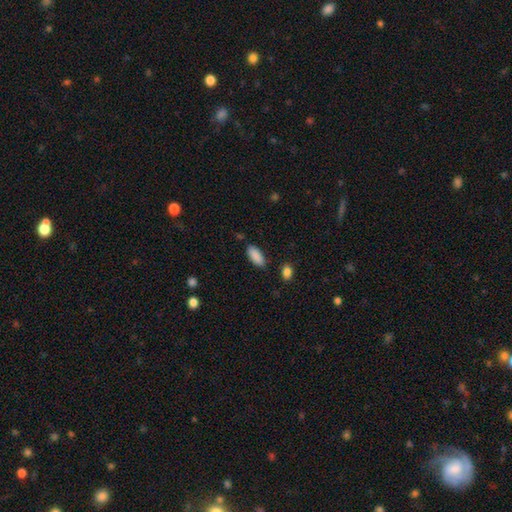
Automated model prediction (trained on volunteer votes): smooth-or-featured: smooth: 89% | star or artifact: 7% | featured or disk: 4%
  how-rounded: in between: 84% | cigar-shaped: 14% | round: 2%
  merging: none: 83% | minor disturbance: 12% | merger: 3% | major disturbance: 3%